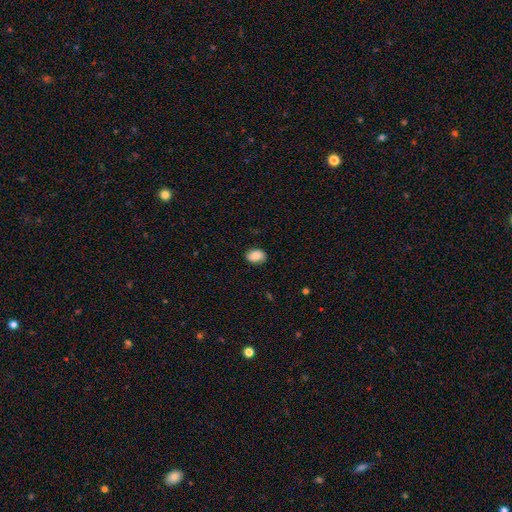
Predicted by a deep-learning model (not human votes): smooth 83%, featured or disk 9%, star or artifact 8%. Down the decision tree: how rounded — in between (83%); merging — none (83%).